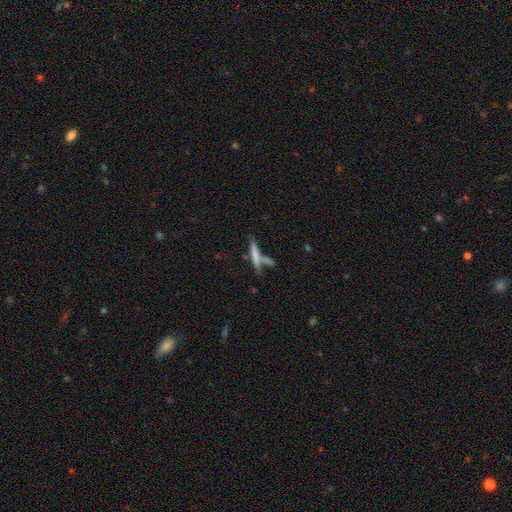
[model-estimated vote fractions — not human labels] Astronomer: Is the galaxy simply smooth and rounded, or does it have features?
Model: smooth — 64%.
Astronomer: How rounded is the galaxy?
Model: cigar-shaped — 90%.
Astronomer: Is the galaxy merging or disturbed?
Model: none — 56%.